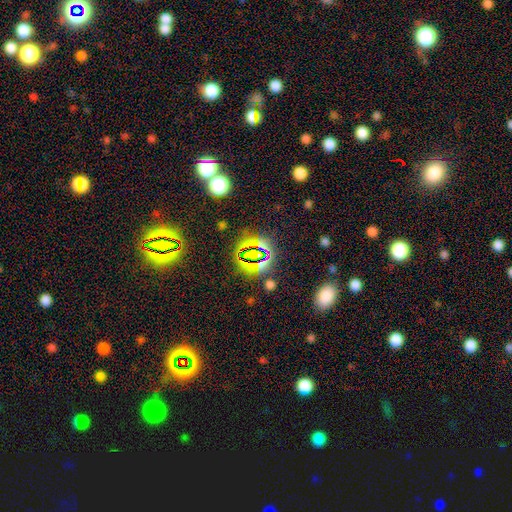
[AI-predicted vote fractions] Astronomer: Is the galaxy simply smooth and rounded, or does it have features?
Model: star or artifact — 75%.